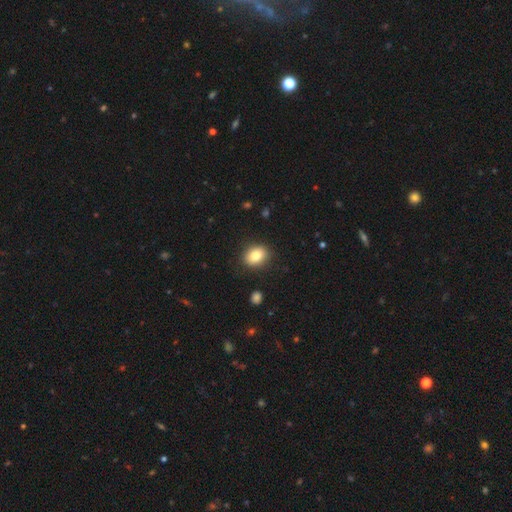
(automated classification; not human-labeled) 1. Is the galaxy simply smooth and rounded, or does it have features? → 83% smooth, 9% star or artifact, 8% featured or disk.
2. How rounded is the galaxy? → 59% in between, 40% round, 1% cigar-shaped.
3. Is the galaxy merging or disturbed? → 88% none, 9% minor disturbance, 2% major disturbance, 1% merger.